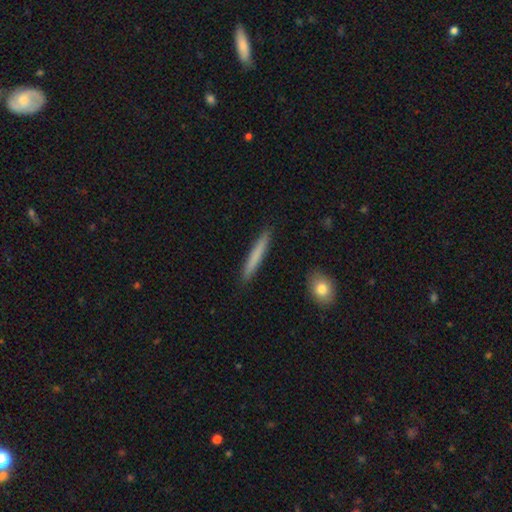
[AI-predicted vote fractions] Smooth or featured? Predicted: smooth (p=0.73). How rounded? Predicted: cigar-shaped (p=0.96). Merging? Predicted: none (p=0.91).